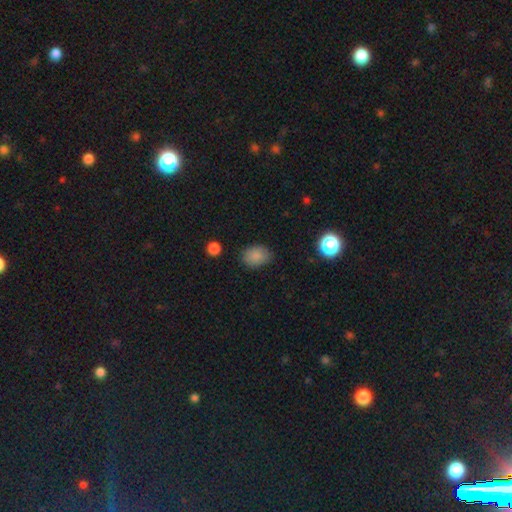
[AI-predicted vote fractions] Smooth or featured: smooth — 85% (star or artifact — 10%)
How rounded: in between — 73% (round — 26%)
Merging: none — 79% (minor disturbance — 15%)